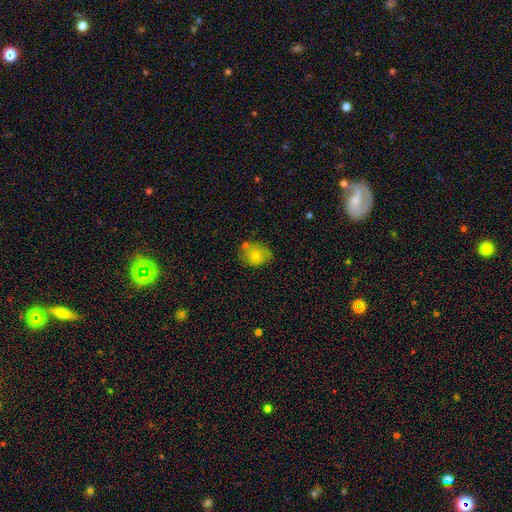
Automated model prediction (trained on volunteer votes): smooth_or_featured: smooth (p=0.76) [alt: featured or disk p=0.14]
how_rounded: round (p=0.54) [alt: in between p=0.45]
merging: none (p=0.56) [alt: minor disturbance p=0.23]